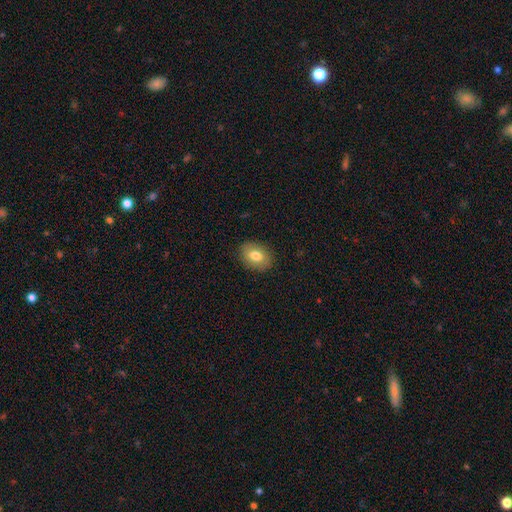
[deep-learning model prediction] Smooth or featured? Predicted: smooth (p=0.78). How rounded? Predicted: in between (p=0.73). Merging? Predicted: none (p=0.89).